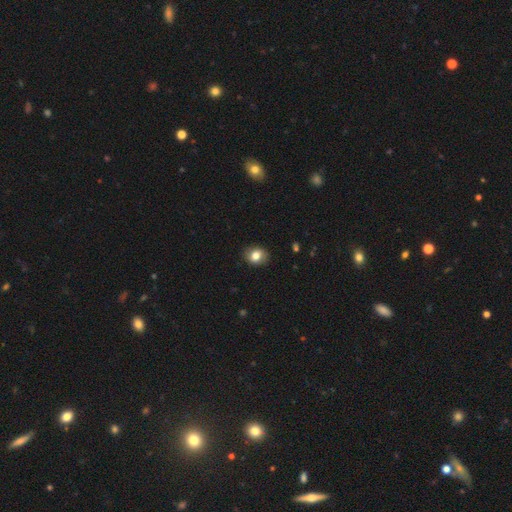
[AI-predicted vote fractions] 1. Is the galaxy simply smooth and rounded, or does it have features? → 81% smooth, 10% featured or disk, 9% star or artifact.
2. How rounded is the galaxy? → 59% round, 40% in between, 1% cigar-shaped.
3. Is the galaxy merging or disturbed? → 87% none, 10% minor disturbance, 2% major disturbance, 1% merger.